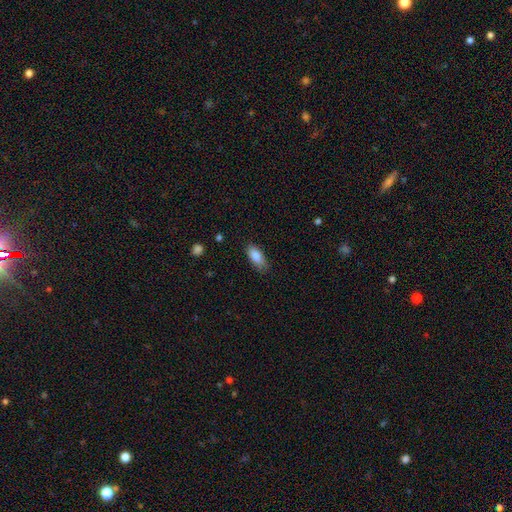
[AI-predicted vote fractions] A smooth galaxy with no disk features (85%) that is in between round and cigar-shaped (86%).

Vote fractions:
- Smooth or featured? smooth: 85% / featured or disk: 8% / star or artifact: 7%
- How rounded? in between: 86% / cigar-shaped: 12% / round: 3%
- Merging? none: 73% / minor disturbance: 22% / major disturbance: 4% / merger: 1%